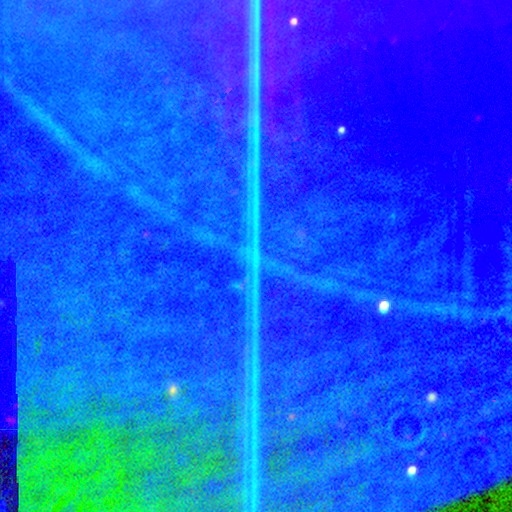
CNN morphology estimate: type=star or artifact (85%).